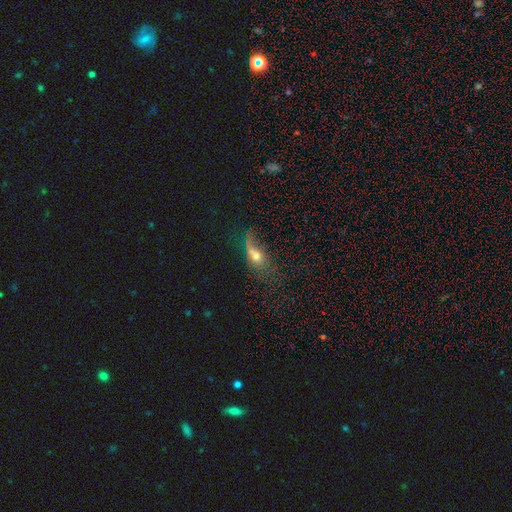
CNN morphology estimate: Overall: smooth (56%; featured or disk 29%). How rounded: in between (67%). Merging: major disturbance (40%; none 27%).